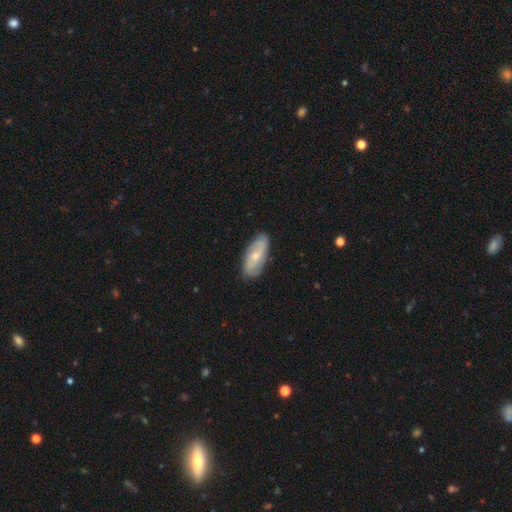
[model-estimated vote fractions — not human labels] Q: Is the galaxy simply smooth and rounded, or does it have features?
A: featured or disk — 55%.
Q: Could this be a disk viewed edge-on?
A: no — 88%.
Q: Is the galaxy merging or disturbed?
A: none — 84%.